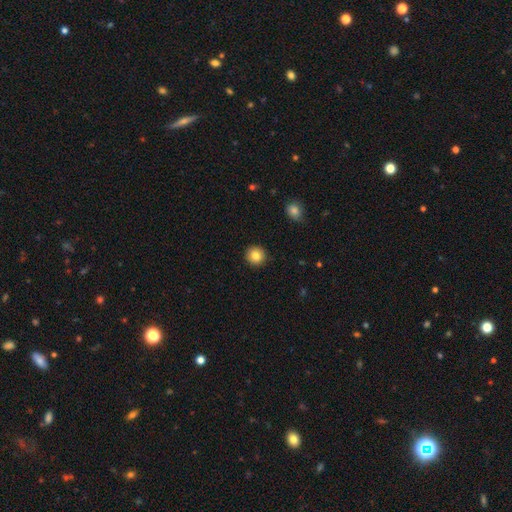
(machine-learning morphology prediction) type=smooth (84%); roundness=round (93%); merging=none (92%).